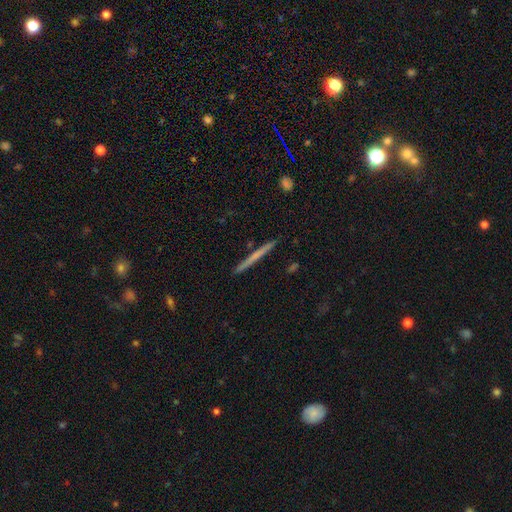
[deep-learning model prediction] Smooth or featured? Predicted: smooth (p=0.48). Merging? Predicted: none (p=0.92).